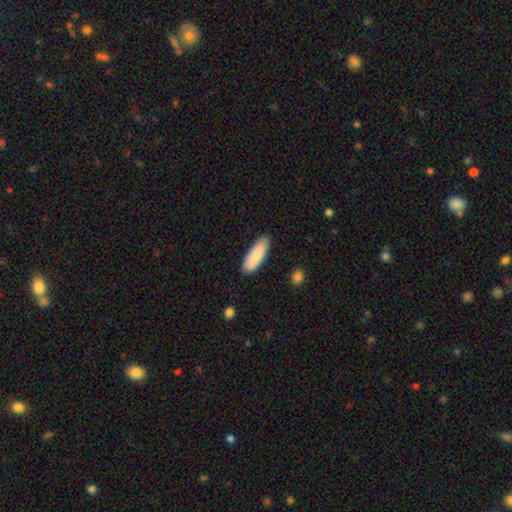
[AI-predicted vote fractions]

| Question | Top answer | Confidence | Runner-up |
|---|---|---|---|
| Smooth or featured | smooth | 87% | featured or disk (7%) |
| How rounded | in between | 63% | cigar-shaped (36%) |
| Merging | none | 87% | minor disturbance (10%) |